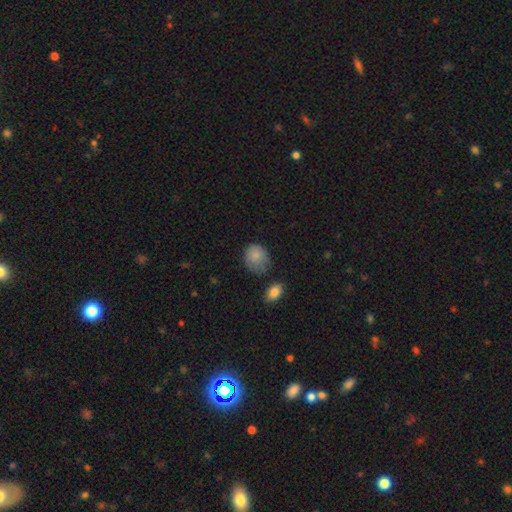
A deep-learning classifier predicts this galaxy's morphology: This appears to be a smooth galaxy with no disk features (83%) that is round (67%). Merging: none (55%).